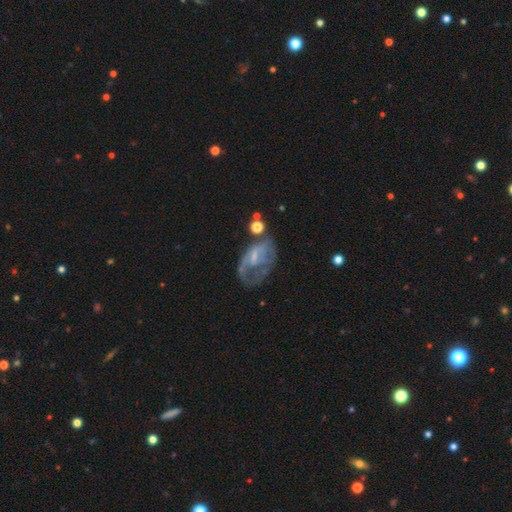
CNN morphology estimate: A featured or disk galaxy (64%) with no bar (57%), no spiral arms (53%) and a small central bulge (40%). Merging: major disturbance (37%).